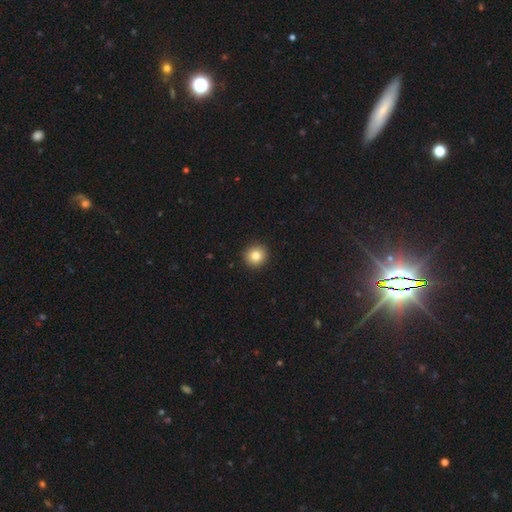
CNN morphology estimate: smooth_or_featured: smooth (p=0.82) [alt: star or artifact p=0.10]
how_rounded: round (p=0.91) [alt: in between p=0.08]
merging: none (p=0.92) [alt: minor disturbance p=0.05]